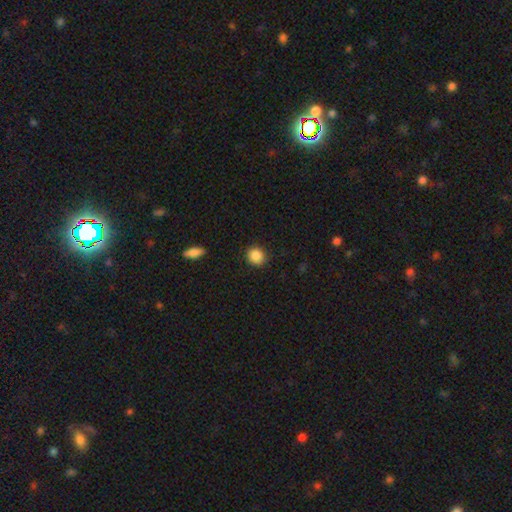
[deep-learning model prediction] A smooth galaxy with no disk features (88%) that is round (81%).

Vote fractions:
- Smooth or featured? smooth: 88% / star or artifact: 9% / featured or disk: 3%
- How rounded? round: 81% / in between: 18% / cigar-shaped: 1%
- Merging? none: 89% / minor disturbance: 7% / major disturbance: 2% / merger: 1%